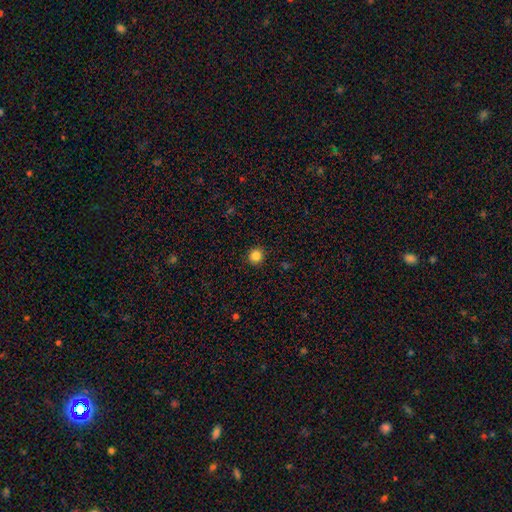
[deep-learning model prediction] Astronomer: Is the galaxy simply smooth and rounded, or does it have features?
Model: smooth — 85%.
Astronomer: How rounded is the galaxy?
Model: round — 93%.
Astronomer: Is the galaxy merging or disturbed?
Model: none — 92%.